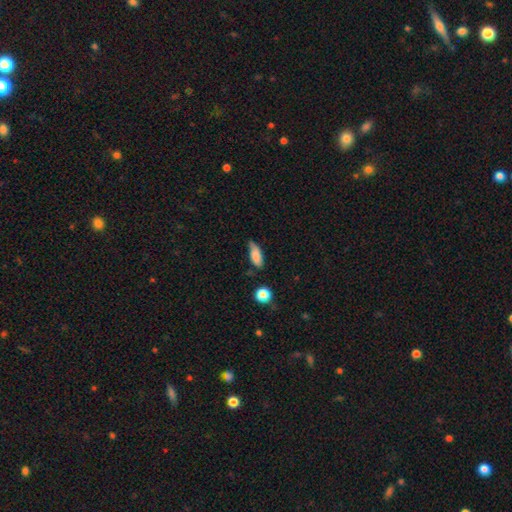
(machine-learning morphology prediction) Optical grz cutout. It shows a smooth galaxy with no disk features (81%) that is in between round and cigar-shaped (77%). Merging: none (53%).